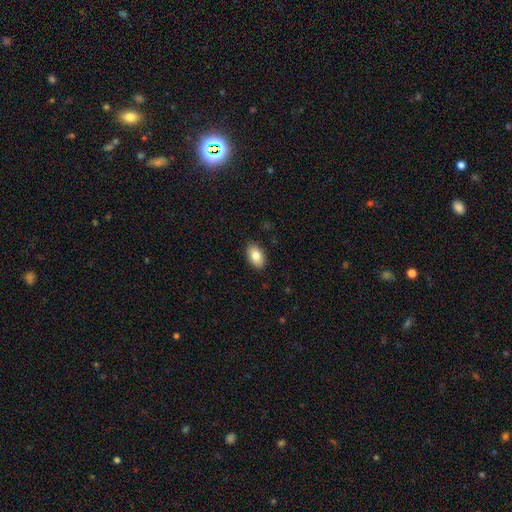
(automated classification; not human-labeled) Smooth or featured? smooth (82%)
How rounded? in between (92%)
Merging? none (89%)